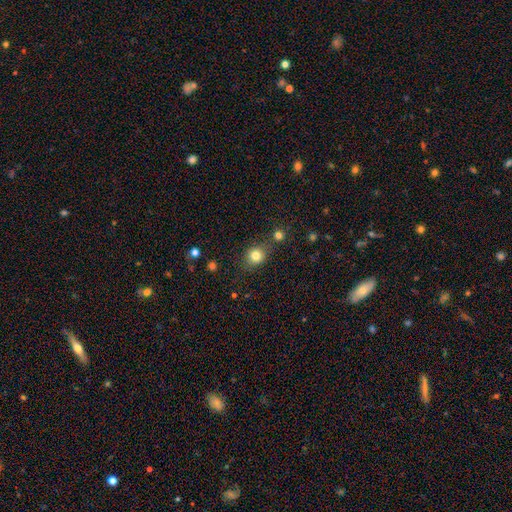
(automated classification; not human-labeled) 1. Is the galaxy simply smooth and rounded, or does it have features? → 80% smooth, 12% star or artifact, 7% featured or disk.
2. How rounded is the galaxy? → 75% round, 24% in between, 1% cigar-shaped.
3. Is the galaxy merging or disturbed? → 72% none, 13% minor disturbance, 11% merger, 4% major disturbance.